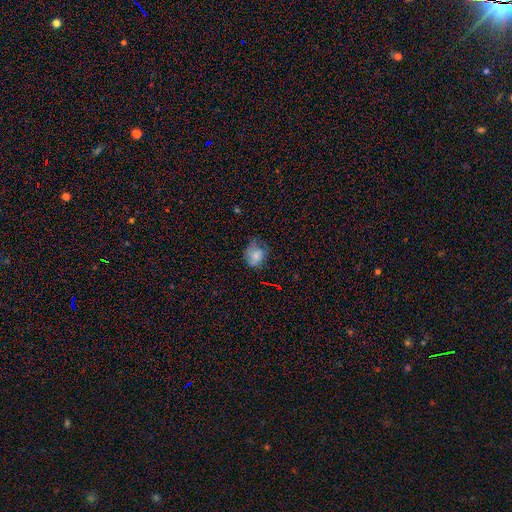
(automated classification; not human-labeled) Smooth or featured?
  - smooth: 74% *
  - featured or disk: 14%
  - star or artifact: 12%
How rounded?
  - round: 62% *
  - in between: 37%
  - cigar-shaped: 1%
Merging?
  - none: 52% *
  - minor disturbance: 32%
  - major disturbance: 14%
  - merger: 2%